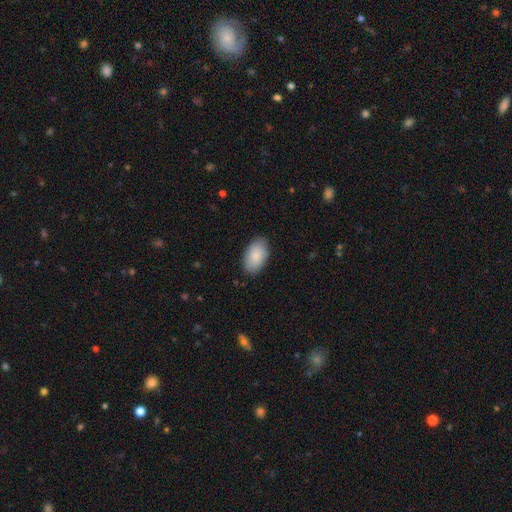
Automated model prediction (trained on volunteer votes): Smooth or featured?
  - smooth: 88% *
  - featured or disk: 7%
  - star or artifact: 6%
How rounded?
  - in between: 94% *
  - round: 5%
  - cigar-shaped: 1%
Merging?
  - none: 86% *
  - minor disturbance: 11%
  - major disturbance: 2%
  - merger: 1%